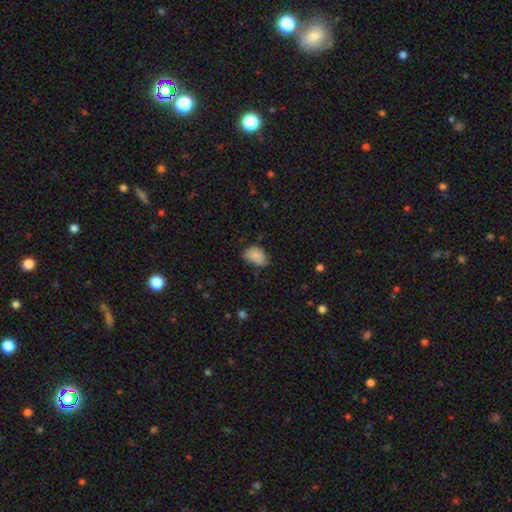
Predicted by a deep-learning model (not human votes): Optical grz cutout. It shows a smooth galaxy with no disk features (85%) that is in between round and cigar-shaped (85%). Merging: none (53%).